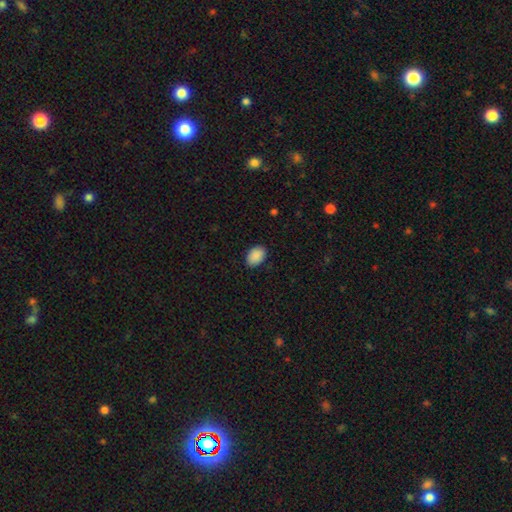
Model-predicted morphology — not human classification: A smooth galaxy with no disk features (90%) that is in between round and cigar-shaped (83%). Merging: none (87%).